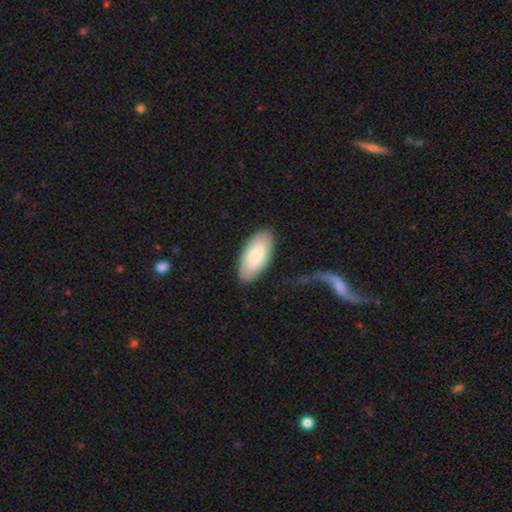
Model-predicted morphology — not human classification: This appears to be a smooth galaxy with no disk features (64%) that is in between round and cigar-shaped (93%). Merging: none (78%).